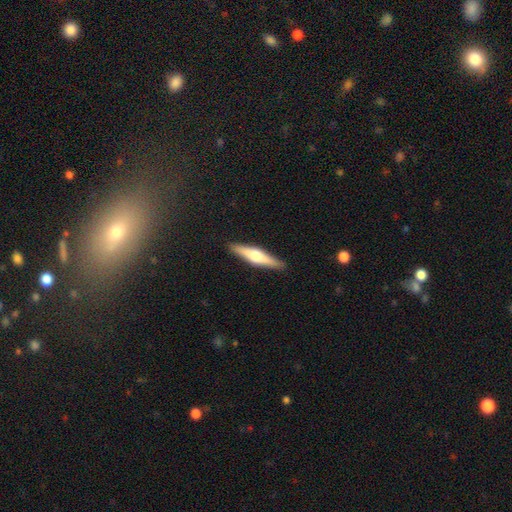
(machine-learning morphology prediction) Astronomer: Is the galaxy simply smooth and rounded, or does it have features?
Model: featured or disk — 55% (runner-up: smooth, 39%).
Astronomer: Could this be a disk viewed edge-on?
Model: yes — 96%.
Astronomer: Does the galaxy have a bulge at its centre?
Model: rounded — 91%.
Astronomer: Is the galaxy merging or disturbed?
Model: none — 90%.